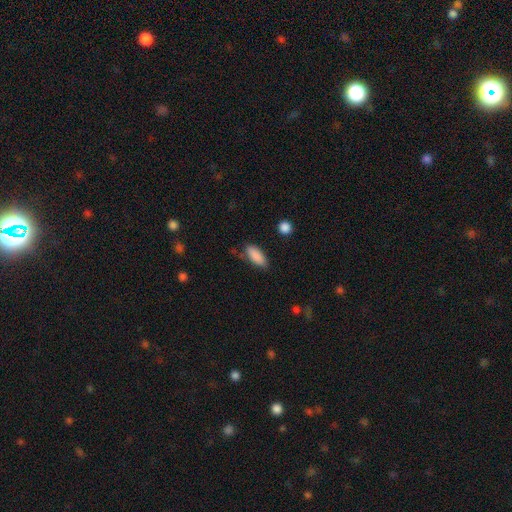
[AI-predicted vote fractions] Morphology: type=smooth (88%); roundness=in between (80%); merging=none (72%).